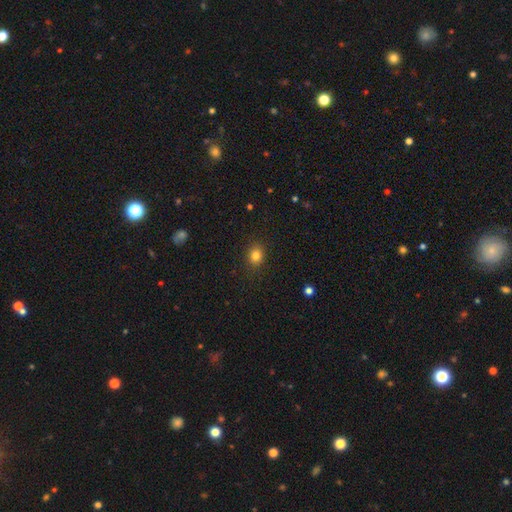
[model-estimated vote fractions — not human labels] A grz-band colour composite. It shows a smooth galaxy with no disk features (83%) that is round (57%). Merging: none (88%).